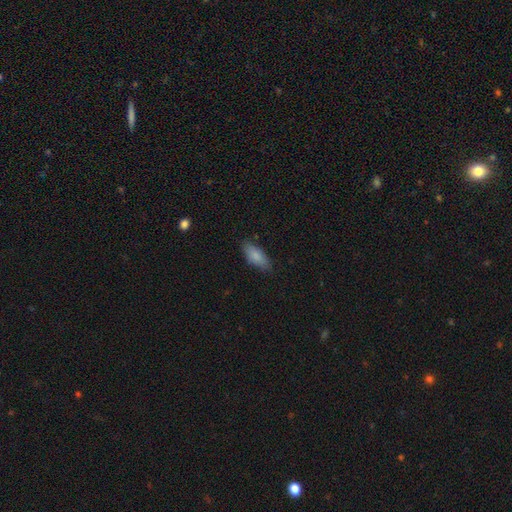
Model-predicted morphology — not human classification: This appears to be a smooth galaxy with no disk features (85%) that is in between round and cigar-shaped (79%). Merging: none (81%).